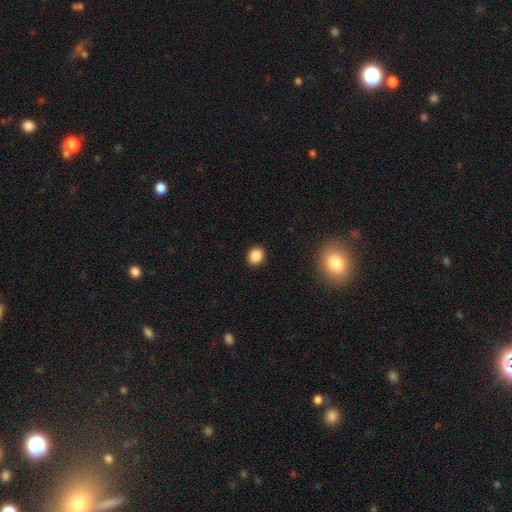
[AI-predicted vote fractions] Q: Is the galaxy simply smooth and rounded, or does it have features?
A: smooth — 87%.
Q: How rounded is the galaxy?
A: round — 74%.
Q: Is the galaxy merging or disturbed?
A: none — 91%.